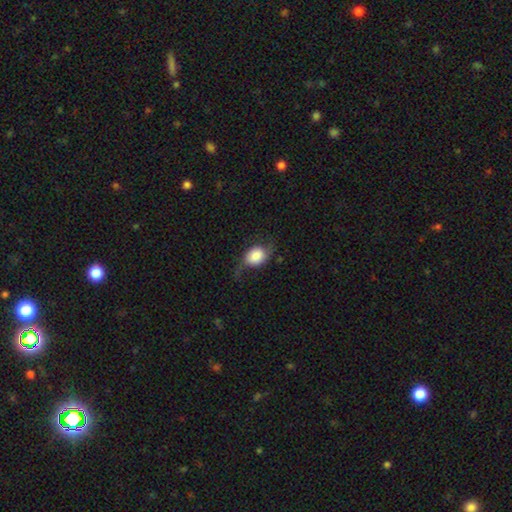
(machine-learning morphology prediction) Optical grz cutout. It shows a smooth galaxy with no disk features (58%) that is in between round and cigar-shaped (56%). Merging: none (49%).